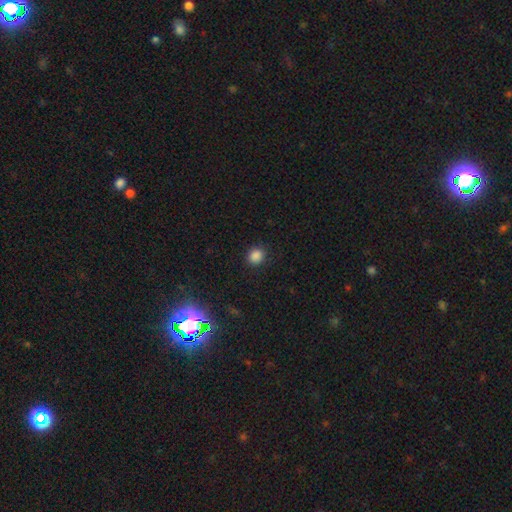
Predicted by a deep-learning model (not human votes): Smooth or featured?
  - smooth: 84% *
  - star or artifact: 12%
  - featured or disk: 3%
How rounded?
  - round: 79% *
  - in between: 20%
  - cigar-shaped: 1%
Merging?
  - none: 88% *
  - minor disturbance: 8%
  - major disturbance: 3%
  - merger: 1%